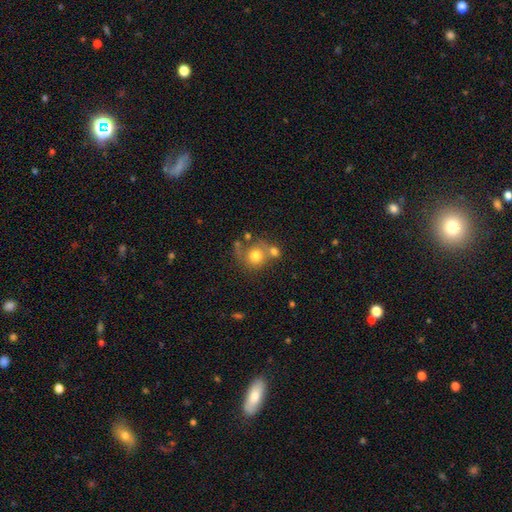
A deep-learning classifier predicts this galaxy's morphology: This appears to be a smooth galaxy with no disk features (71%) that is round (85%). Merging: none (44%).